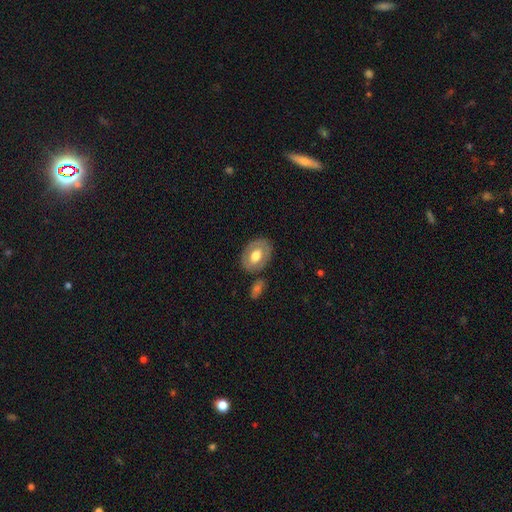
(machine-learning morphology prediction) Smooth or featured: smooth — 55% (featured or disk — 39%)
How rounded: in between — 76% (round — 23%)
Merging: none — 76% (minor disturbance — 14%)